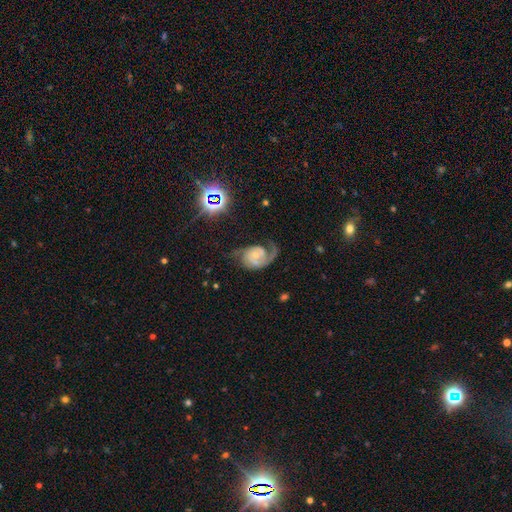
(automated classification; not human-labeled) This appears to be a featured or disk galaxy (83%) with no bar (69%), 2 (64%) medium (46%) spiral arms (95%) and a small central bulge (61%). Merging: none (50%).